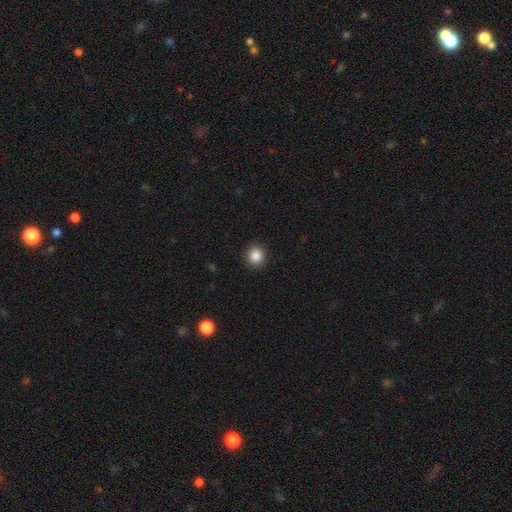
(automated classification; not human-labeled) Overall: smooth (86%). How rounded: round (92%). Merging: none (92%).